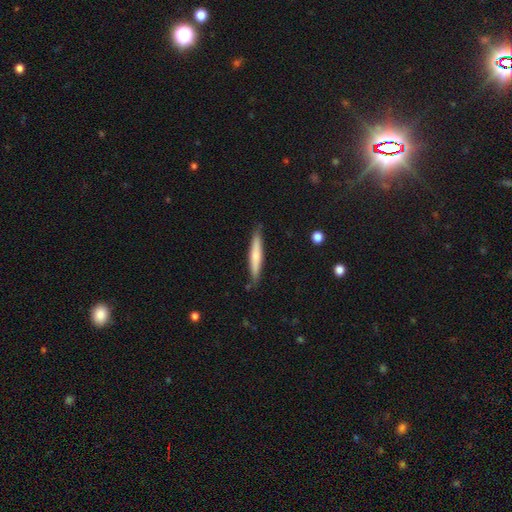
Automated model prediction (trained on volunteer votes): smooth_or_featured: smooth (p=0.62) [alt: featured or disk p=0.32]
how_rounded: cigar-shaped (p=0.92) [alt: in between p=0.07]
merging: none (p=0.85) [alt: minor disturbance p=0.12]